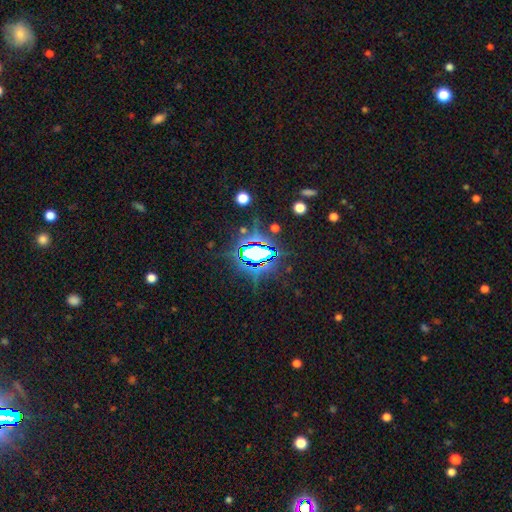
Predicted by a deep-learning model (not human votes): star or artifact 74%, smooth 13%, featured or disk 12%.